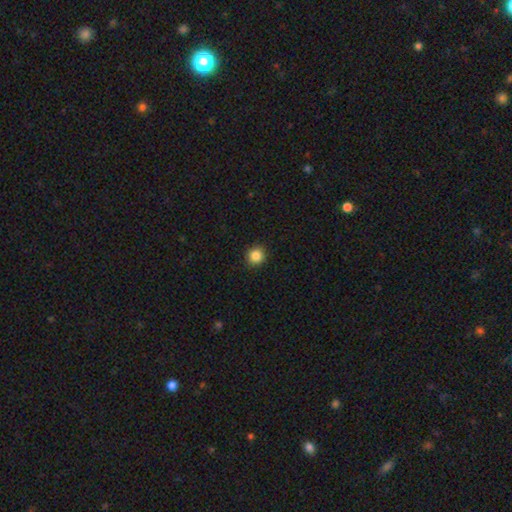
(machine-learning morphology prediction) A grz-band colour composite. It shows a smooth galaxy with no disk features (86%) that is round (94%). Merging: none (92%).